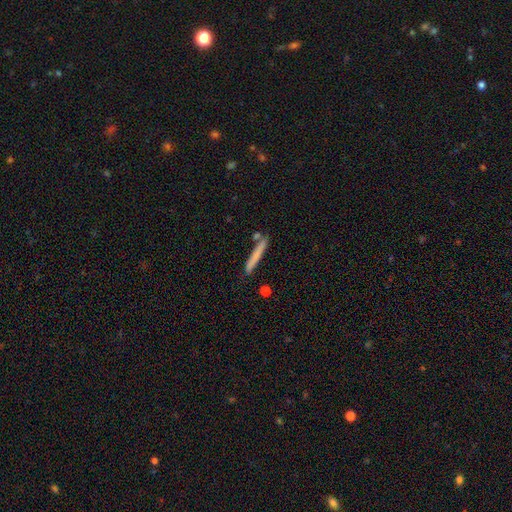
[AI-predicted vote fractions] smooth 70%, featured or disk 24%, star or artifact 6%. Down the decision tree: how rounded — cigar-shaped (96%); merging — none (83%).